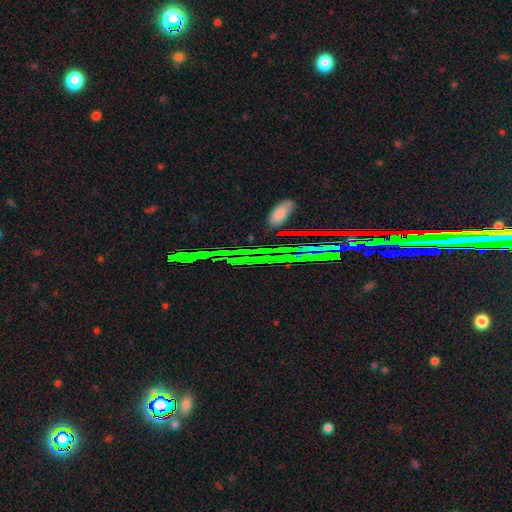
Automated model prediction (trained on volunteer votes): This is clearly a star or artifact rather than a galaxy (81%).